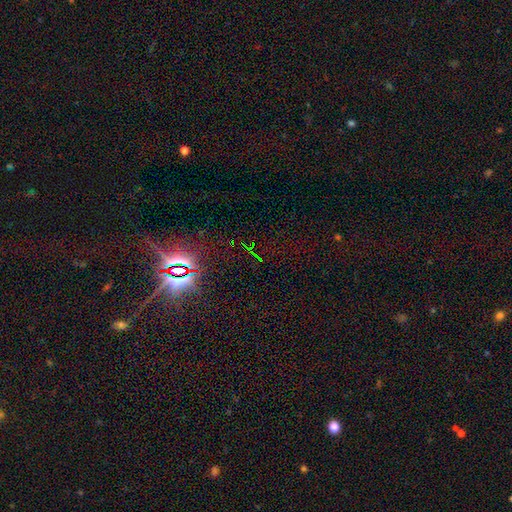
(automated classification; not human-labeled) star or artifact 78%, smooth 12%, featured or disk 10%.